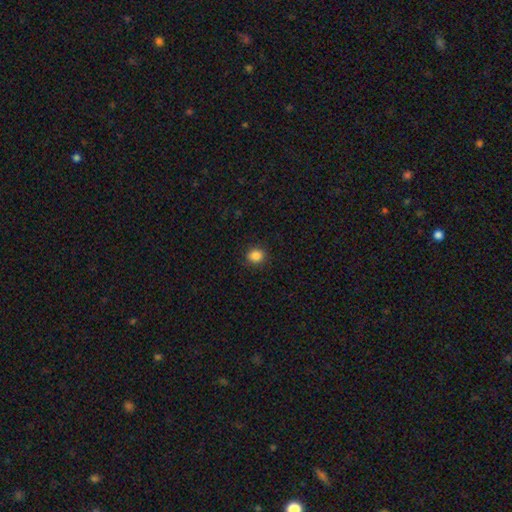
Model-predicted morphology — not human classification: Smooth or featured? smooth (86%)
How rounded? round (82%)
Merging? none (90%)